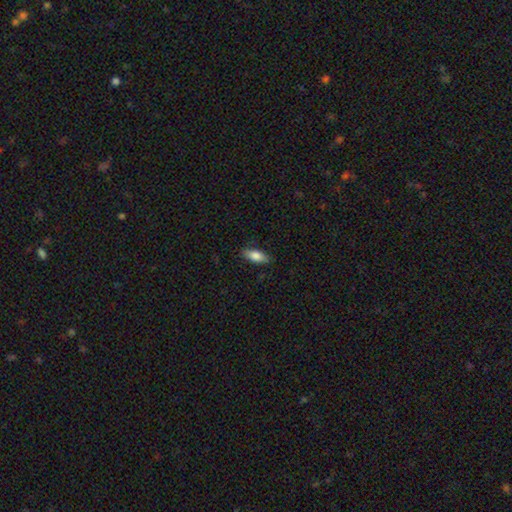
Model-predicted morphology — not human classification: This is clearly a smooth galaxy (81%). How rounded: likely in between (77%). Merging: clearly none (85%).